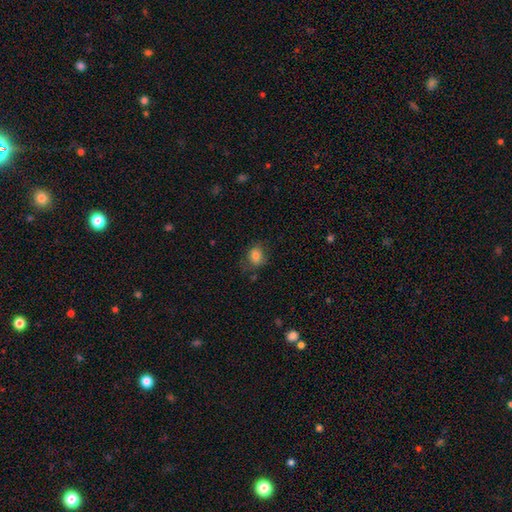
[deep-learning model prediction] Smooth or featured: smooth — 78% (featured or disk — 12%)
How rounded: round — 55% (in between — 44%)
Merging: none — 67% (minor disturbance — 21%)